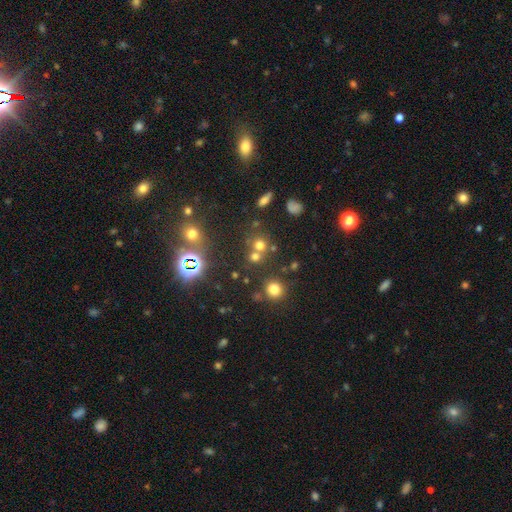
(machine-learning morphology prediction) A smooth galaxy with no disk features (49%).

Vote fractions:
- Smooth or featured? smooth: 49% / star or artifact: 41% / featured or disk: 10%
- Merging? none: 67% / merger: 21% / minor disturbance: 8% / major disturbance: 4%